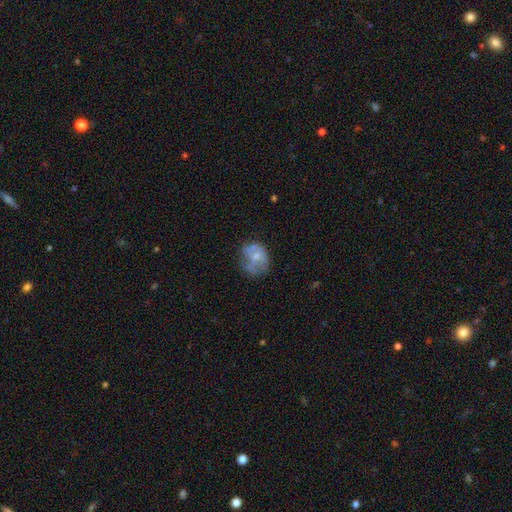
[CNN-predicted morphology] Q: Smooth or featured?
A: smooth (50%); runner-up: featured or disk (41%)
Q: How rounded?
A: in between (51%); runner-up: round (48%)
Q: Merging?
A: none (40%); runner-up: minor disturbance (29%)